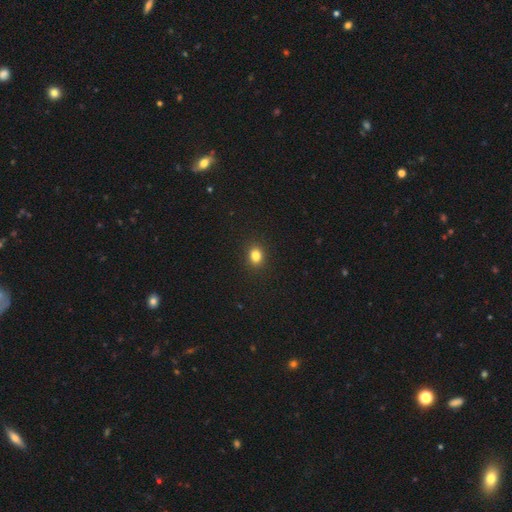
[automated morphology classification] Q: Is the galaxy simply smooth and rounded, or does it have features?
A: smooth — 83%.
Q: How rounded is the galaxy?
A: round — 52%.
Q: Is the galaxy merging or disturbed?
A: none — 90%.